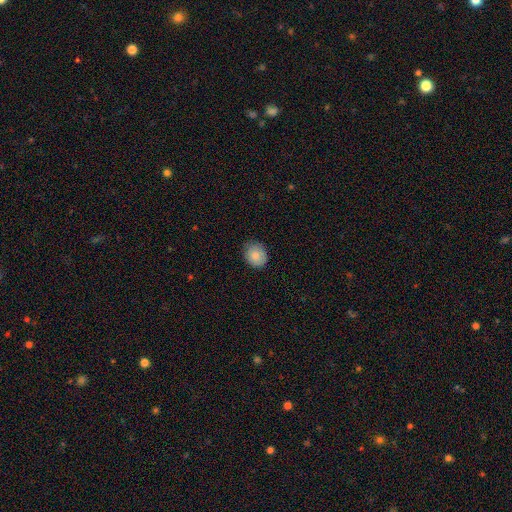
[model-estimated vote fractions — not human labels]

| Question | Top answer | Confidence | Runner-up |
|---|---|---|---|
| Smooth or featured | smooth | 85% | star or artifact (8%) |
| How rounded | round | 69% | in between (30%) |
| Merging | none | 80% | minor disturbance (16%) |